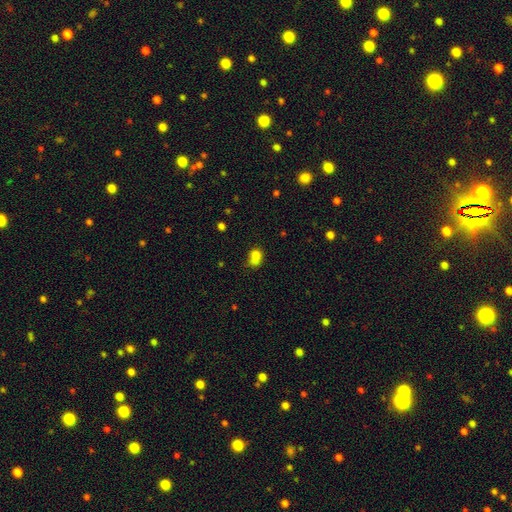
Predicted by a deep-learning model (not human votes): Smooth or featured?
  - smooth: 75% *
  - featured or disk: 13%
  - star or artifact: 12%
How rounded?
  - round: 59% *
  - in between: 40%
  - cigar-shaped: 1%
Merging?
  - merger: 48% *
  - none: 32%
  - minor disturbance: 14%
  - major disturbance: 7%